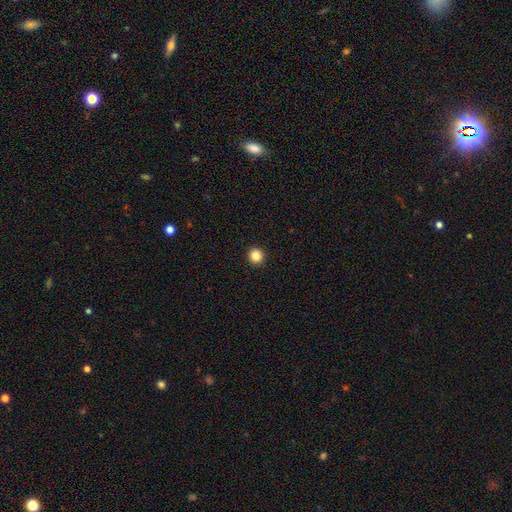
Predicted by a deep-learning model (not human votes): This appears to be a smooth galaxy with no disk features (85%) that is round (95%). Merging: none (94%).